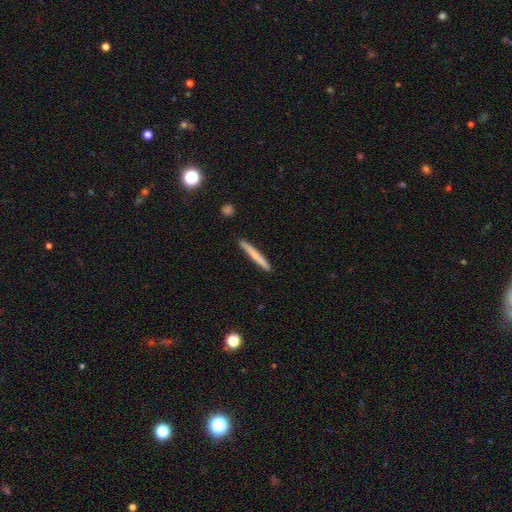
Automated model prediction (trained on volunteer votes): Q: Smooth or featured?
A: smooth (66%); runner-up: featured or disk (28%)
Q: How rounded?
A: cigar-shaped (97%); runner-up: in between (2%)
Q: Merging?
A: none (89%); runner-up: minor disturbance (8%)